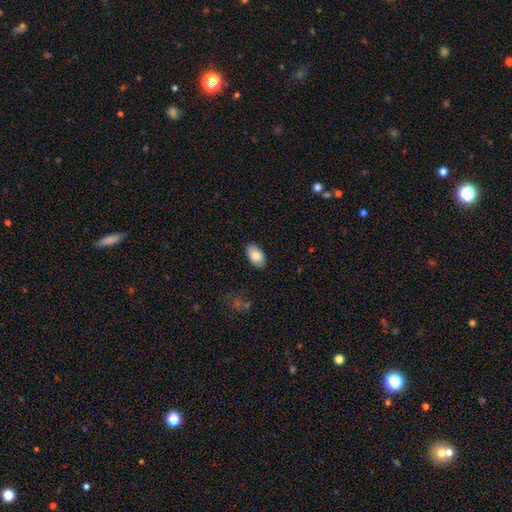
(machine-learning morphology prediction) The model was most divided on "smooth or featured": smooth: 84%, featured or disk: 10%, star or artifact: 6%. More confident: how rounded — in between (94%); merging — none (86%).